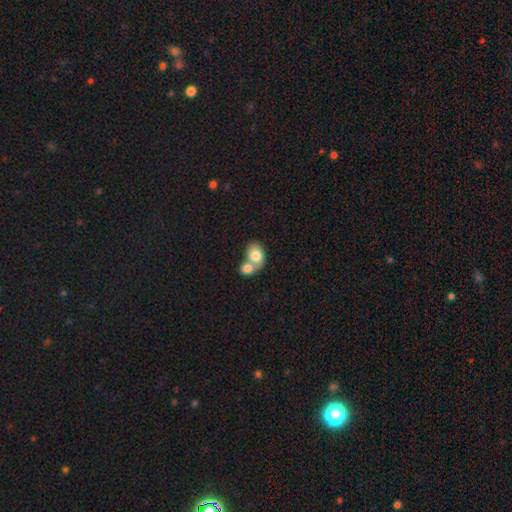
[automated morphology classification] Smooth or featured? smooth (78%)
How rounded? in between (60%)
Merging? merger (69%)